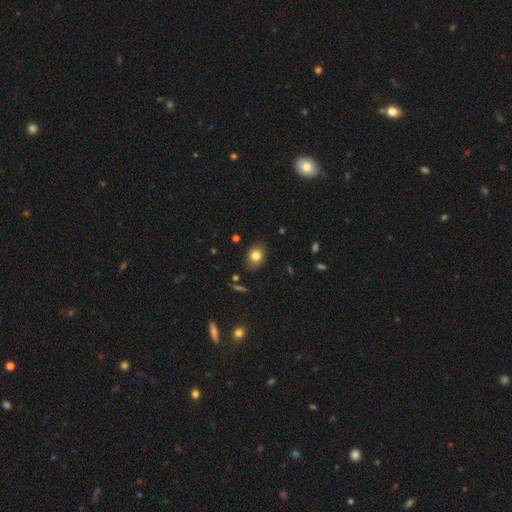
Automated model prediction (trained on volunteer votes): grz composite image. It shows a smooth galaxy with no disk features (80%) that is in between round and cigar-shaped (59%). Merging: none (85%).